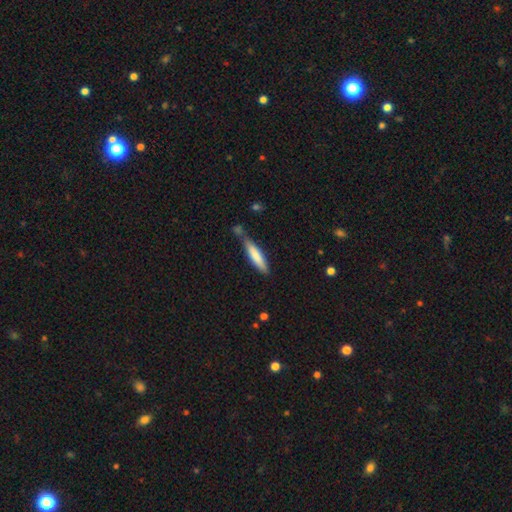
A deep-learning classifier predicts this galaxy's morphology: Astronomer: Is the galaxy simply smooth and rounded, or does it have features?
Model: smooth — 76%.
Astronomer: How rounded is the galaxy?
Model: cigar-shaped — 83%.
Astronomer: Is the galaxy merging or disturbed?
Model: none — 59%.